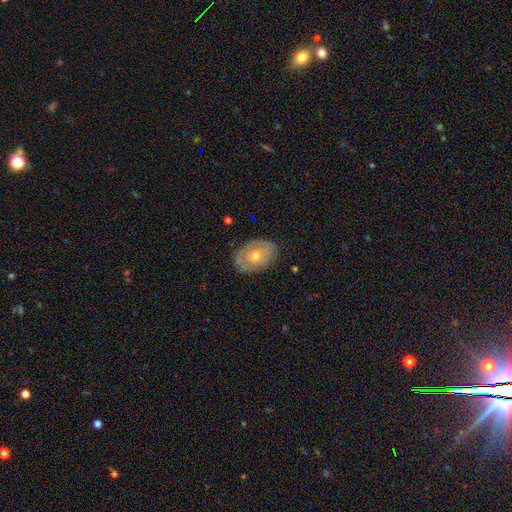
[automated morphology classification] Smooth or featured?
  - featured or disk: 51% *
  - smooth: 42%
  - star or artifact: 7%
Edge-on disk?
  - no: 92% *
  - yes: 8%
Merging?
  - none: 80% *
  - minor disturbance: 16%
  - major disturbance: 4%
  - merger: 1%